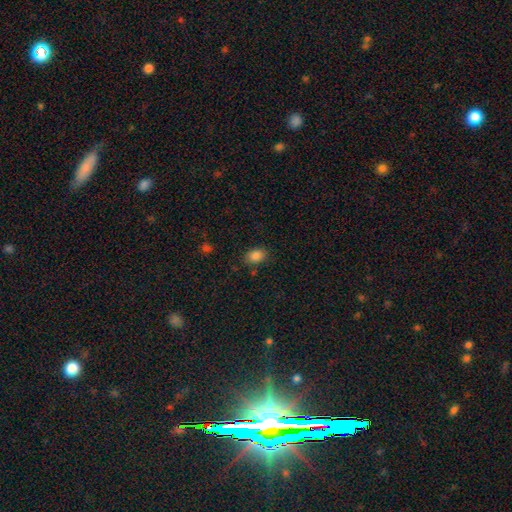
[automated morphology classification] Smooth or featured: smooth — 85% (star or artifact — 10%)
How rounded: in between — 75% (round — 24%)
Merging: none — 80% (minor disturbance — 13%)